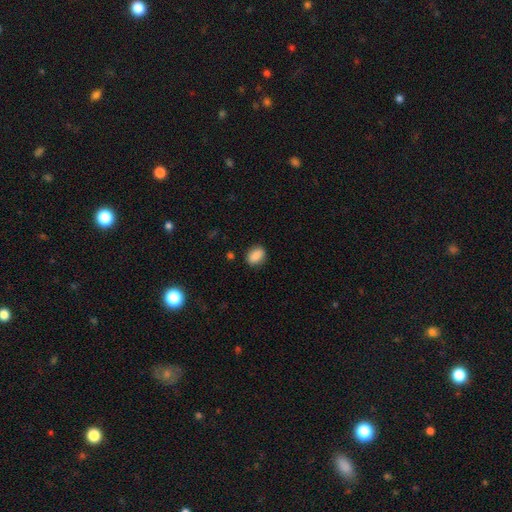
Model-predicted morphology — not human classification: A smooth galaxy with no disk features (86%) that is in between round and cigar-shaped (70%).

Vote fractions:
- Smooth or featured? smooth: 86% / star or artifact: 8% / featured or disk: 6%
- How rounded? in between: 70% / round: 29% / cigar-shaped: 1%
- Merging? none: 85% / minor disturbance: 11% / major disturbance: 3% / merger: 2%